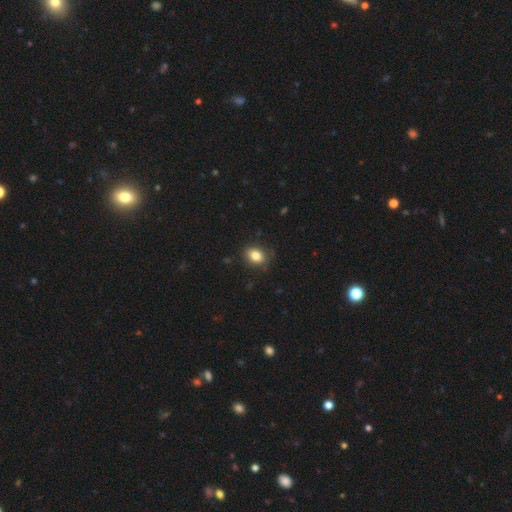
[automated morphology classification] Smooth or featured? Predicted: smooth (p=0.84). How rounded? Predicted: in between (p=0.68). Merging? Predicted: none (p=0.82).